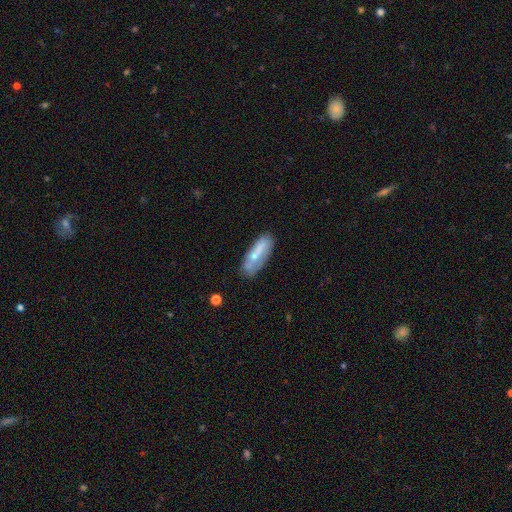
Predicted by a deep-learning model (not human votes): Morphology: type=smooth (51%); roundness=in between (53%); merging=none (70%).